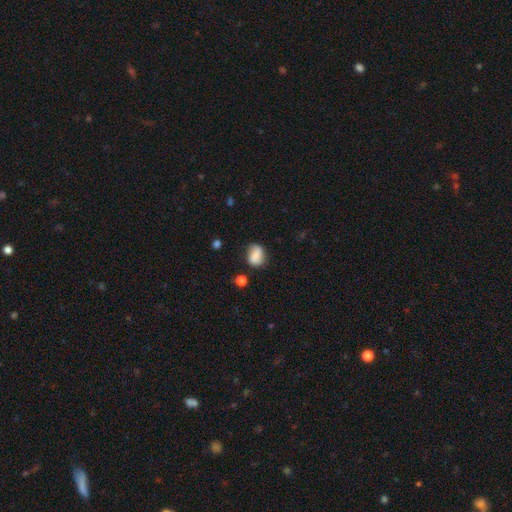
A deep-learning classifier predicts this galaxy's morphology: Q: Smooth or featured?
A: smooth (79%); runner-up: featured or disk (12%)
Q: How rounded?
A: in between (66%); runner-up: round (32%)
Q: Merging?
A: none (61%); runner-up: minor disturbance (27%)